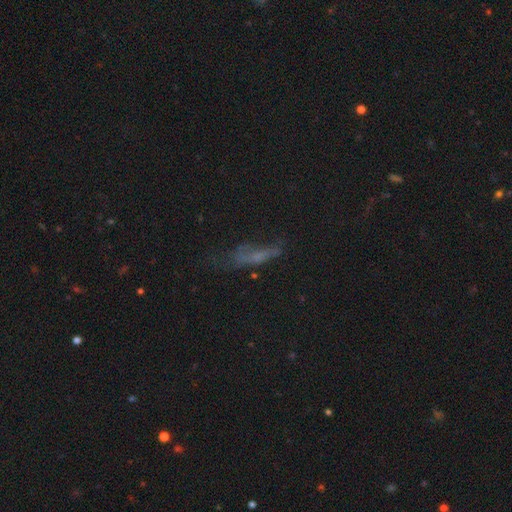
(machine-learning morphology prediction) smooth 42%, featured or disk 33%, star or artifact 25%. Down the decision tree: merging — none (42%).